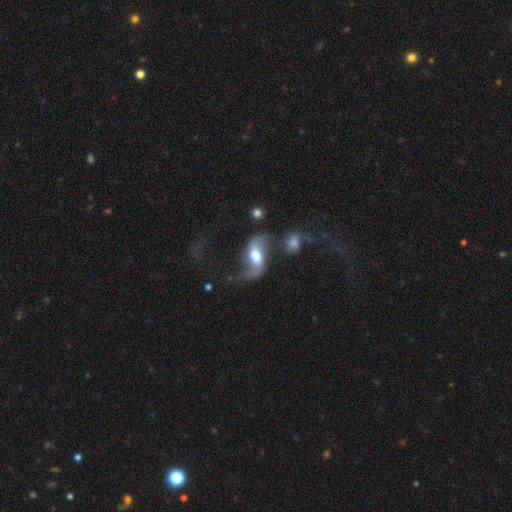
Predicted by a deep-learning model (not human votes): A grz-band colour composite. It shows a featured or disk galaxy (69%) with a weak bar (41%), 2 (85%) loose (83%) spiral arms (87%) and a moderate central bulge (58%). Merging: none (38%).